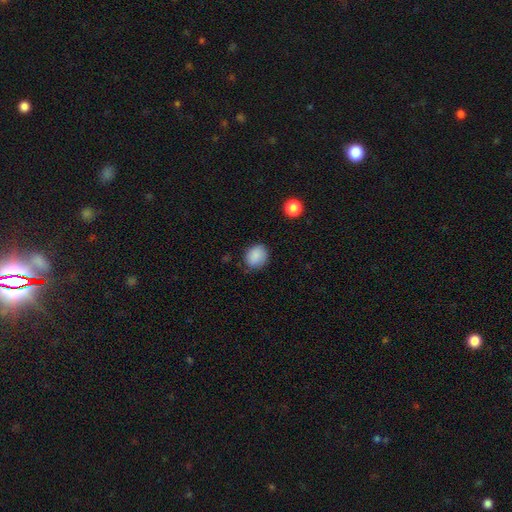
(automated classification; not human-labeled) Overall: smooth (88%). How rounded: round (64%; in between 35%). Merging: none (81%).